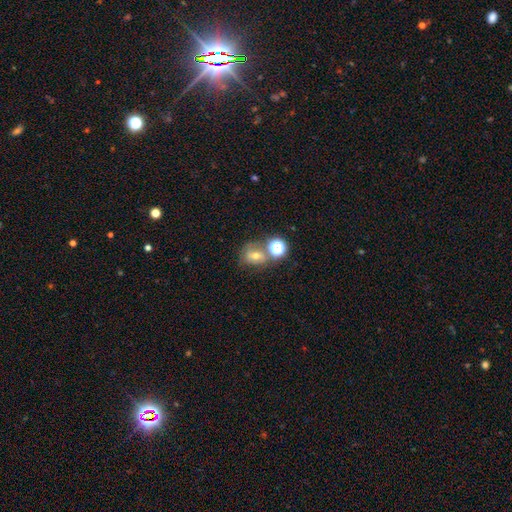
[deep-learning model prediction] This appears to be a smooth galaxy with no disk features (46%). Merging: none (51%).